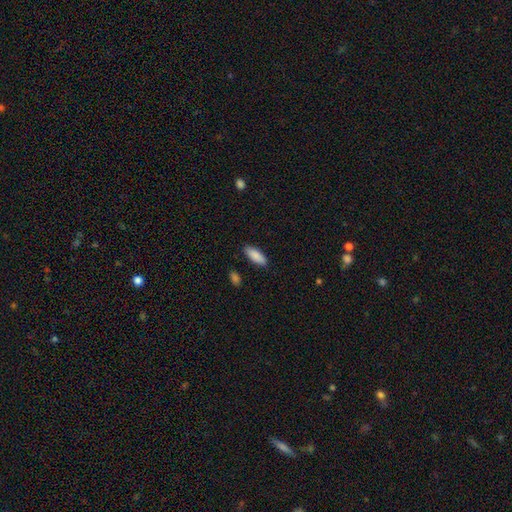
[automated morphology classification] The model was most divided on "how rounded": in between: 75%, cigar-shaped: 23%, round: 2%. More confident: smooth or featured — smooth (89%); merging — none (86%).